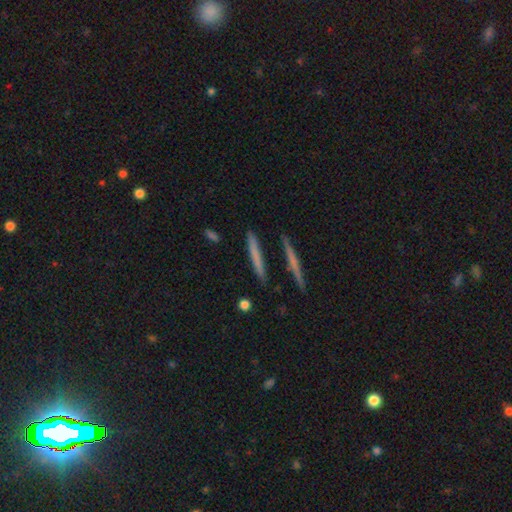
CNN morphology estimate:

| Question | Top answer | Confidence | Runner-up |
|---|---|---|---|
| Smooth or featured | smooth | 55% | featured or disk (37%) |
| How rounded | cigar-shaped | 92% | in between (5%) |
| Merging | none | 87% | minor disturbance (8%) |